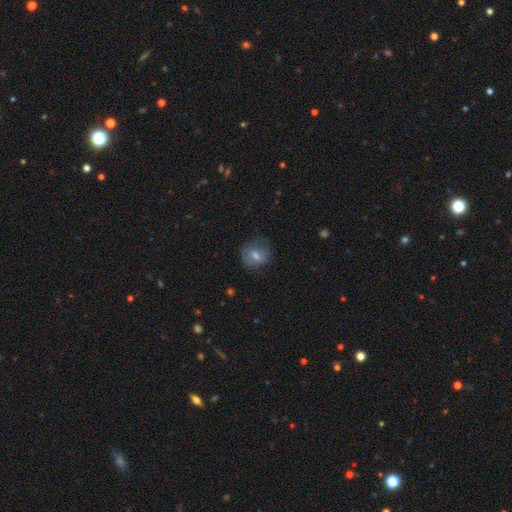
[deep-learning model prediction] smooth_or_featured: smooth (p=0.59) [alt: featured or disk p=0.29]
how_rounded: round (p=0.74) [alt: in between p=0.25]
merging: none (p=0.75) [alt: minor disturbance p=0.18]